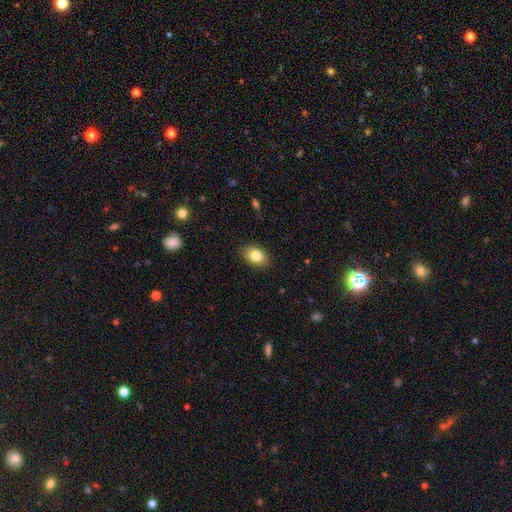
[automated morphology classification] Smooth or featured: smooth — 84% (star or artifact — 8%)
How rounded: in between — 82% (round — 16%)
Merging: none — 88% (minor disturbance — 9%)